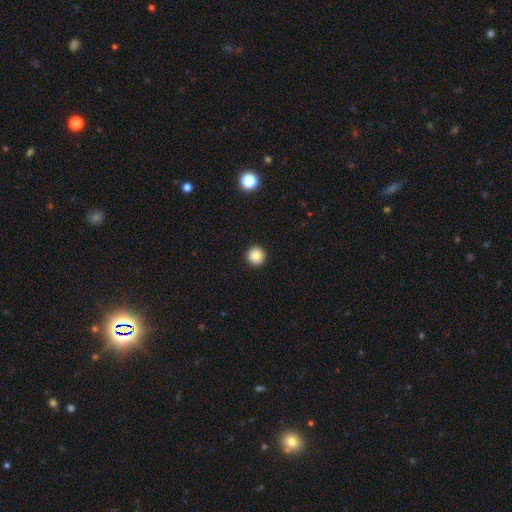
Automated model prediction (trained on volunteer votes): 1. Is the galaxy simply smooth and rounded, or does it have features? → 85% smooth, 10% star or artifact, 5% featured or disk.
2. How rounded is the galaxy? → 96% round, 3% in between, 1% cigar-shaped.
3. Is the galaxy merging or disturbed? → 94% none, 4% minor disturbance, 1% major disturbance, 1% merger.